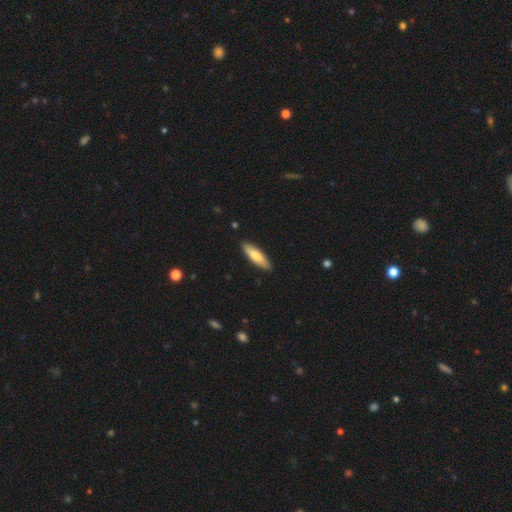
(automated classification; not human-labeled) A smooth galaxy with no disk features (75%) that is cigar-shaped (57%). Merging: none (89%).